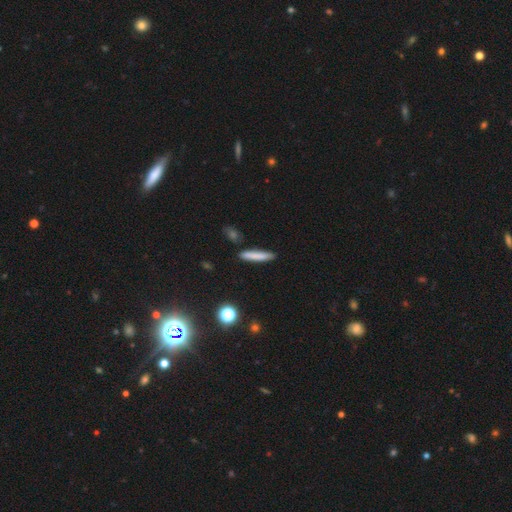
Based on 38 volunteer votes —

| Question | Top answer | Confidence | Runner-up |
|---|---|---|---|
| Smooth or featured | smooth | 87% | featured or disk (13%) |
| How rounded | cigar-shaped | 88% | in between (12%) |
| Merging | none | 92% | minor disturbance (5%) |